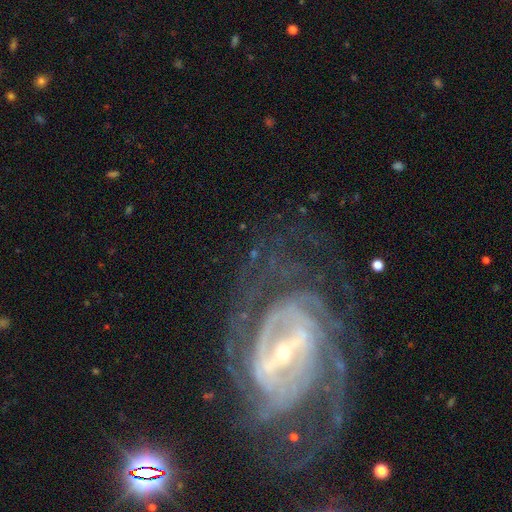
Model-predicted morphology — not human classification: Overall: featured or disk (88%). Edge-on disk: no (96%). Bar: strong (64%; weak 26%). Spiral arms: yes (94%). Spiral arm count: can't tell (28%; 2 26%). Spiral winding: tight (59%; medium 31%). Bulge size: small (77%). Merging: none (61%).